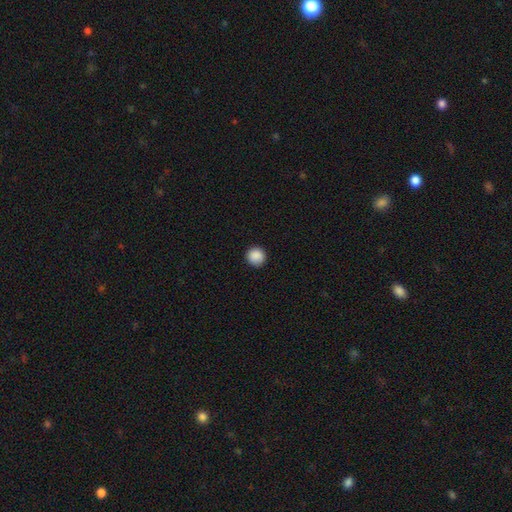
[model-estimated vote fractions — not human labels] Smooth or featured? smooth (89%)
How rounded? round (94%)
Merging? none (90%)